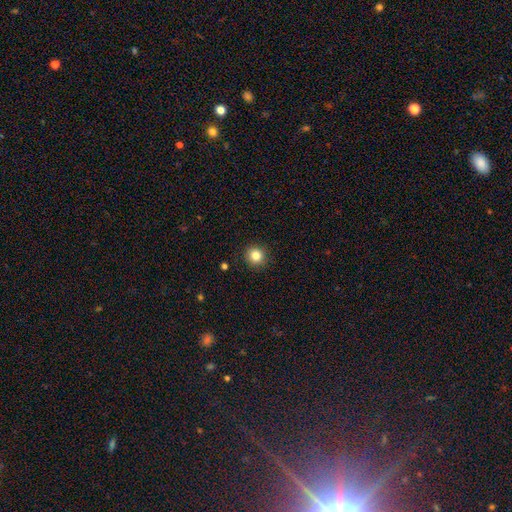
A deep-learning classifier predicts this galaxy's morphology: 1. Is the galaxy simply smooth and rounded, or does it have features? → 84% smooth, 11% star or artifact, 5% featured or disk.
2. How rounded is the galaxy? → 93% round, 6% in between, 1% cigar-shaped.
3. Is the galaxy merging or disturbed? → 91% none, 6% minor disturbance, 2% major disturbance, 1% merger.